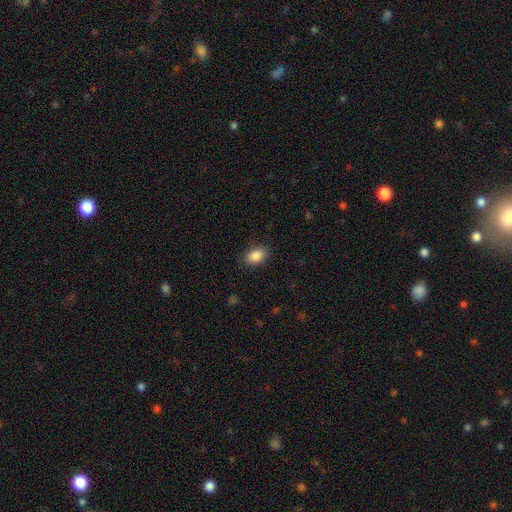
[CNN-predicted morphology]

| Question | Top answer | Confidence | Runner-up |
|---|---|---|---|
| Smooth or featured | smooth | 88% | star or artifact (8%) |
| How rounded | in between | 89% | round (9%) |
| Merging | none | 86% | minor disturbance (10%) |